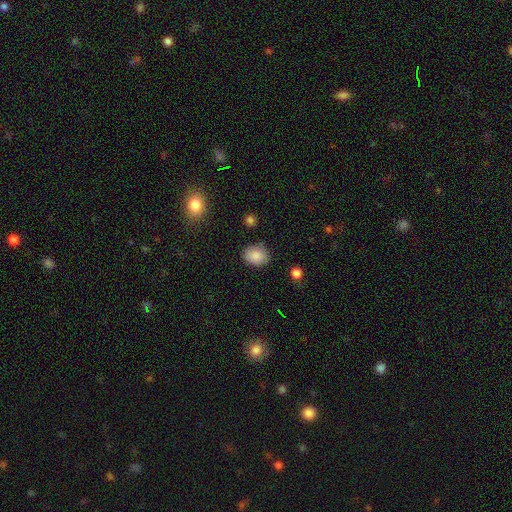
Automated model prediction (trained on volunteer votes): Morphology: type=smooth (87%); roundness=in between (59%); merging=none (80%).